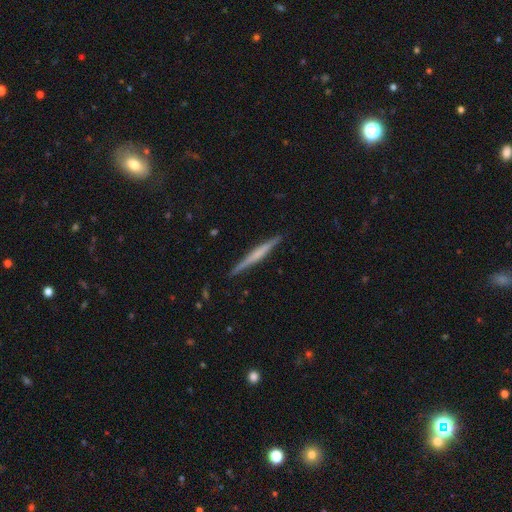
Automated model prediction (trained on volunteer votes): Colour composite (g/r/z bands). It shows a featured or disk galaxy (61%) viewed edge-on (98%) with no central bulge (55%). Merging: none (91%).